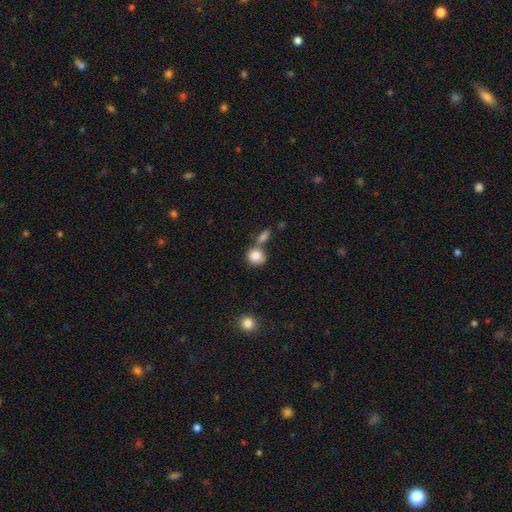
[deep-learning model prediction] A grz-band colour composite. It shows a smooth galaxy with no disk features (86%) that is round (74%). Merging: none (47%).